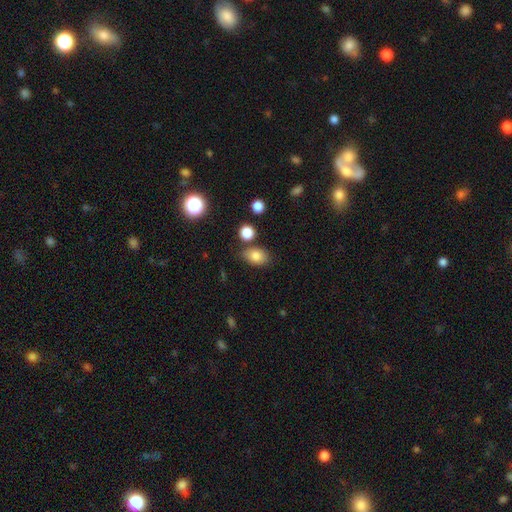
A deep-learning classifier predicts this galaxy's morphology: Smooth or featured: smooth — 81% (star or artifact — 10%)
How rounded: in between — 79% (round — 19%)
Merging: none — 74% (minor disturbance — 14%)